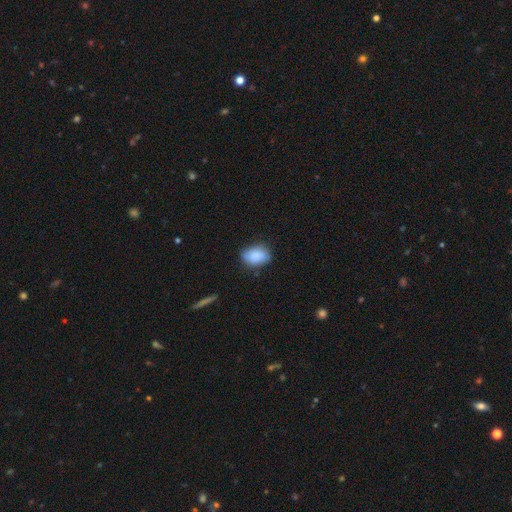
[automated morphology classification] Smooth or featured? smooth (87%)
How rounded? in between (76%)
Merging? none (75%)